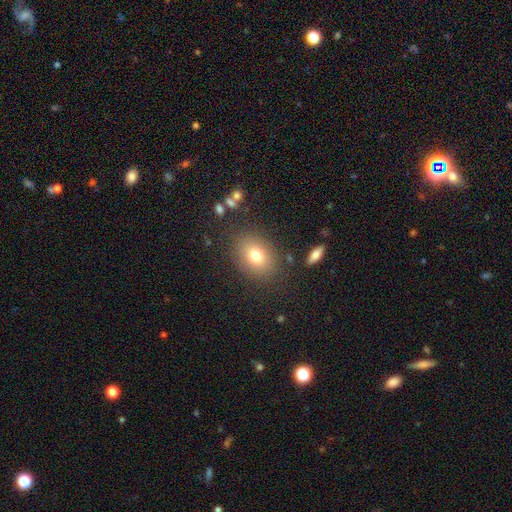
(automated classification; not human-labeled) Smooth or featured? smooth (75%)
How rounded? in between (57%)
Merging? none (83%)